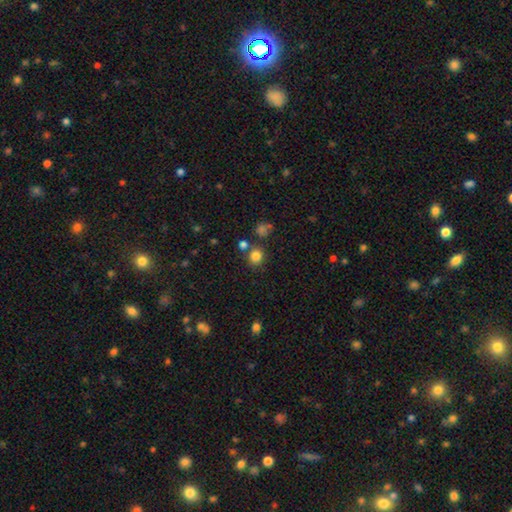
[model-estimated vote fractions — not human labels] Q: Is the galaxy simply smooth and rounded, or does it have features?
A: smooth — 81%.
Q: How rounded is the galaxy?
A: round — 83%.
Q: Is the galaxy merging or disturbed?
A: none — 75%.